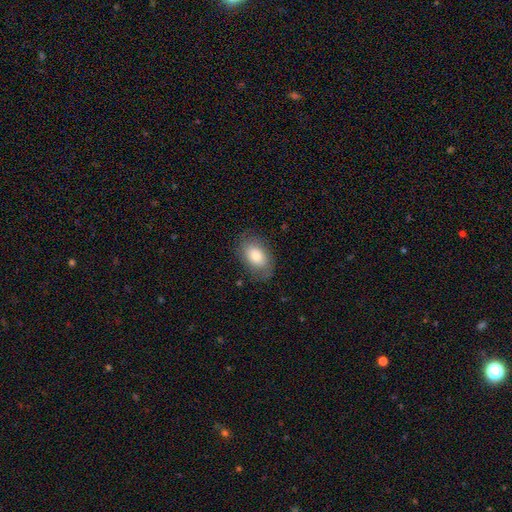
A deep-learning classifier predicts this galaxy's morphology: Smooth or featured? Predicted: smooth (p=0.74). How rounded? Predicted: in between (p=0.87). Merging? Predicted: none (p=0.77).